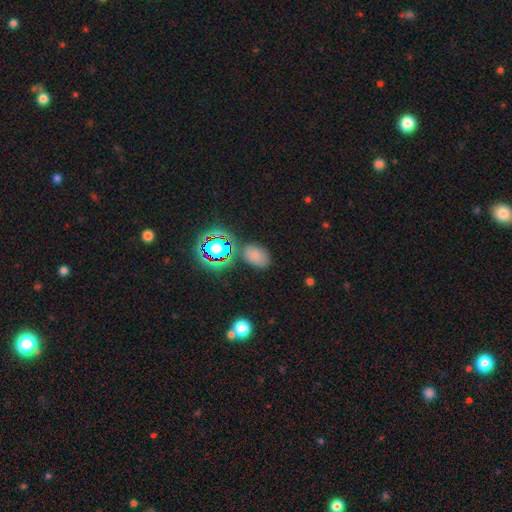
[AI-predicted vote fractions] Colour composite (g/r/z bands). It shows a smooth galaxy with no disk features (68%) that is in between round and cigar-shaped (84%). Merging: none (76%).